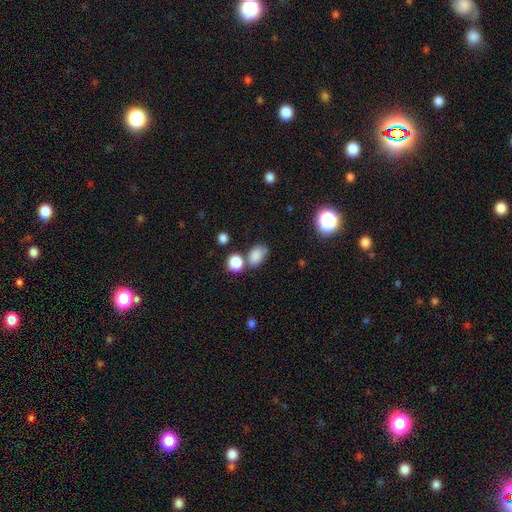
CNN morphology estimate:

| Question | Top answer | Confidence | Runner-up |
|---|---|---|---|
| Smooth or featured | smooth | 82% | star or artifact (11%) |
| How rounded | in between | 77% | round (22%) |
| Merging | none | 55% | merger (22%) |